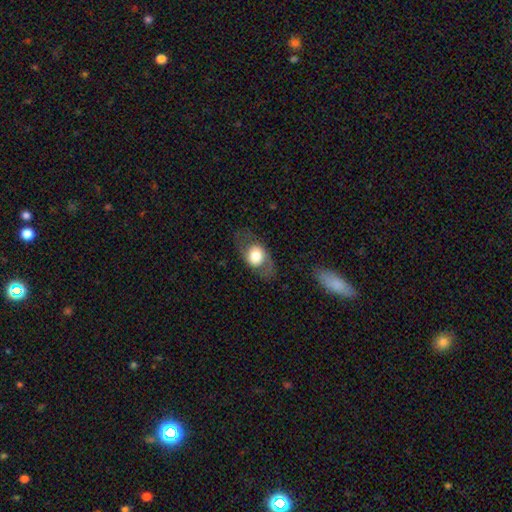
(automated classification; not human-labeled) Morphology: type=smooth (51%); roundness=in between (59%); merging=none (72%).